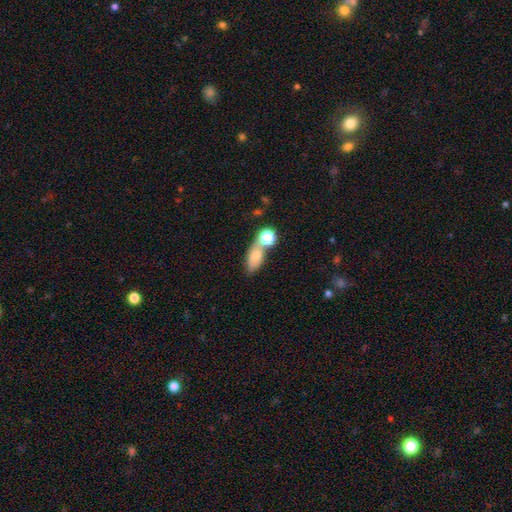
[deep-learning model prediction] Overall: smooth (68%). How rounded: in between (74%). Merging: none (41%; merger 37%).